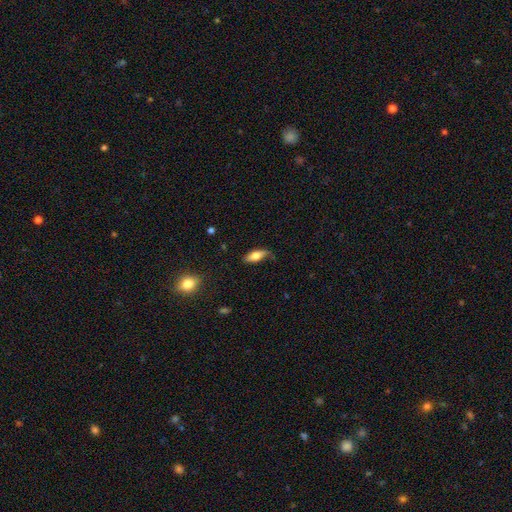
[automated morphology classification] This appears to be a smooth galaxy with no disk features (67%) that is in between round and cigar-shaped (72%). Merging: none (61%).